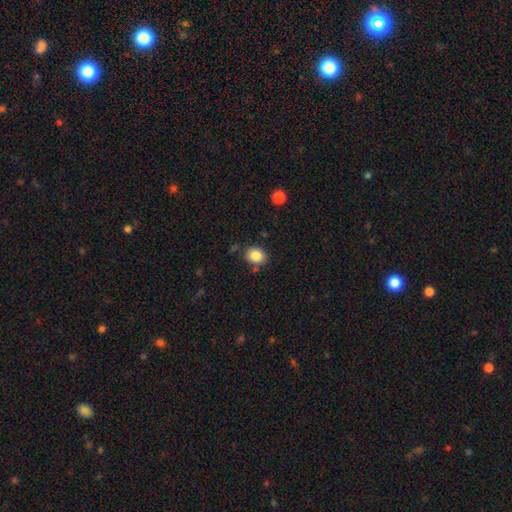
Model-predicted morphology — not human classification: Overall: smooth (86%). How rounded: round (63%; in between 36%). Merging: none (80%).